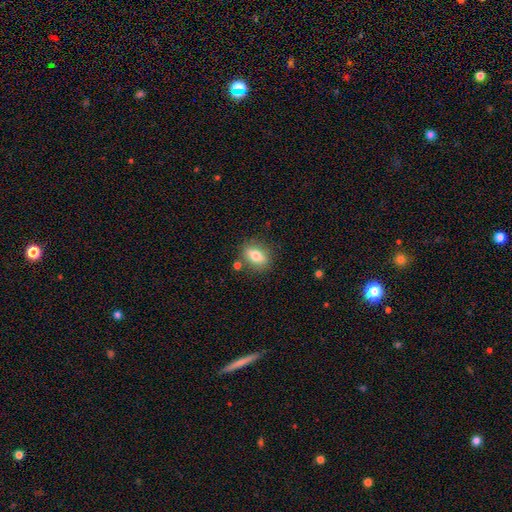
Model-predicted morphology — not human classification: Smooth or featured? smooth (72%)
How rounded? in between (73%)
Merging? none (82%)